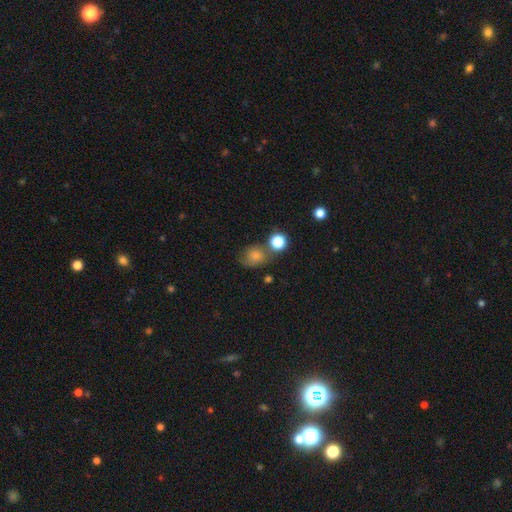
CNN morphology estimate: This appears to be a smooth galaxy with no disk features (76%) that is round (63%). Merging: none (53%).